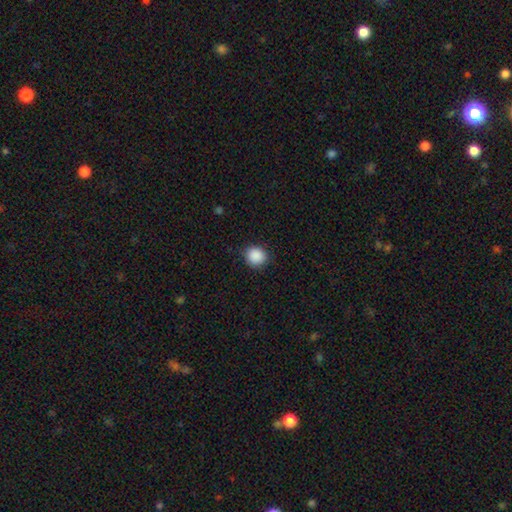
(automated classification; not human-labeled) Smooth or featured? Predicted: smooth (p=0.89). How rounded? Predicted: round (p=0.88). Merging? Predicted: none (p=0.88).